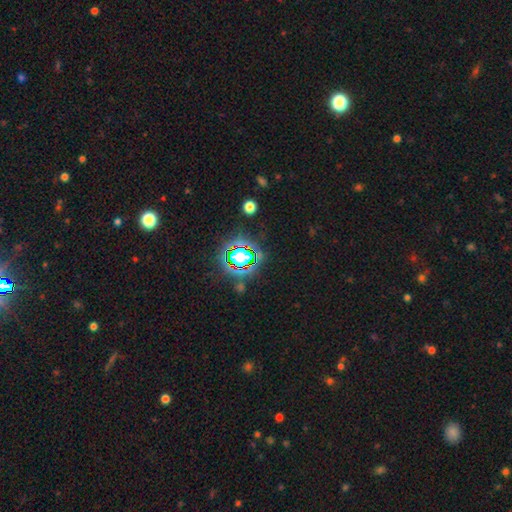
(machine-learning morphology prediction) A star or artifact, not a galaxy (82%).